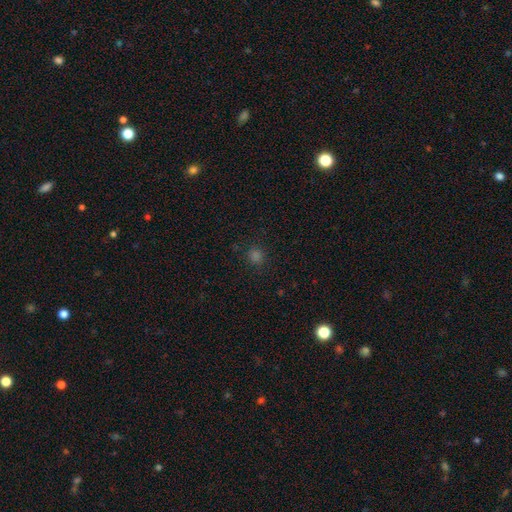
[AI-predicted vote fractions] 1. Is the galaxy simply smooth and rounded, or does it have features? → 70% smooth, 25% star or artifact, 4% featured or disk.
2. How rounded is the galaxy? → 90% round, 9% in between, 1% cigar-shaped.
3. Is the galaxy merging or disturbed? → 88% none, 7% minor disturbance, 3% major disturbance, 1% merger.